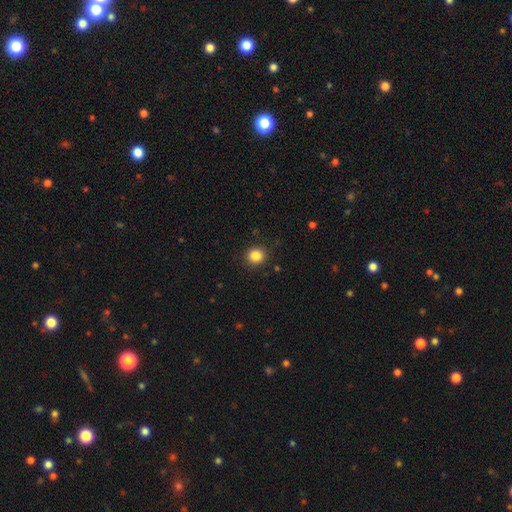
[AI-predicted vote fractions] A smooth galaxy with no disk features (85%) that is round (87%).

Vote fractions:
- Smooth or featured? smooth: 85% / star or artifact: 11% / featured or disk: 4%
- How rounded? round: 87% / in between: 12% / cigar-shaped: 1%
- Merging? none: 90% / minor disturbance: 7% / major disturbance: 2% / merger: 1%